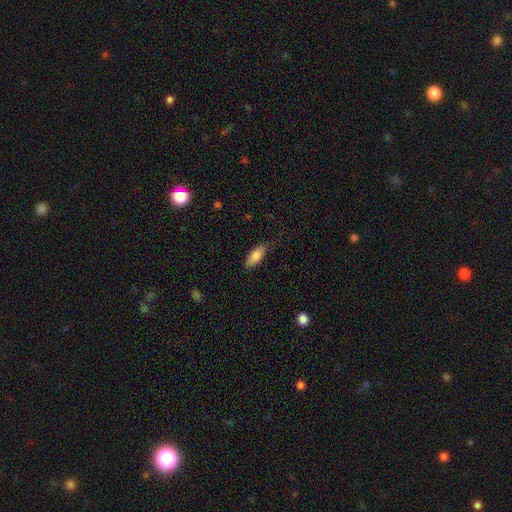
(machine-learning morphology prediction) A smooth galaxy with no disk features (83%) that is in between round and cigar-shaped (77%).

Vote fractions:
- Smooth or featured? smooth: 83% / featured or disk: 11% / star or artifact: 6%
- How rounded? in between: 77% / cigar-shaped: 21% / round: 2%
- Merging? none: 75% / minor disturbance: 19% / major disturbance: 4% / merger: 1%